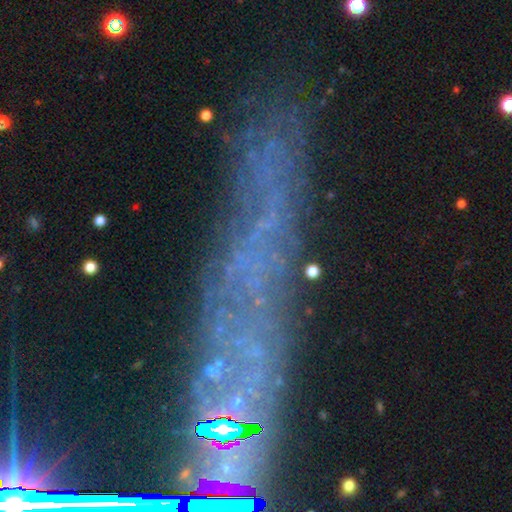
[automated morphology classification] featured or disk 40%, star or artifact 37%, smooth 22%. Down the decision tree: merging — none (69%).